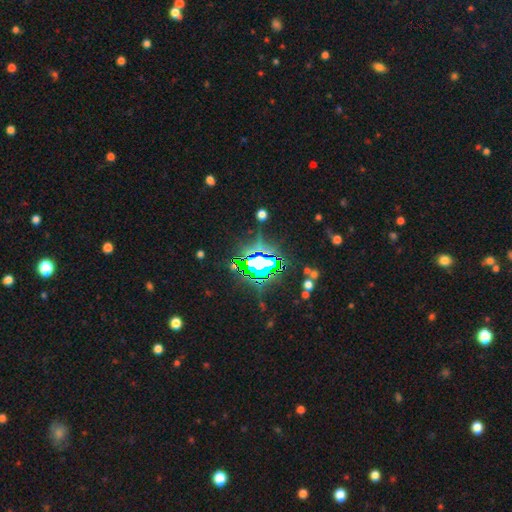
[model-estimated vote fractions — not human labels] This appears to be a star or artifact, not a galaxy (85%).